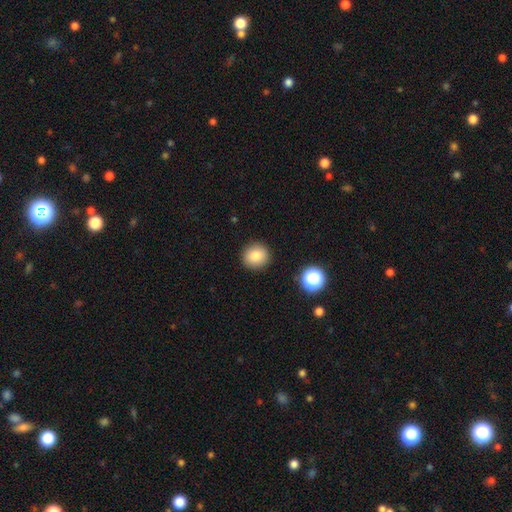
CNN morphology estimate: Smooth or featured? smooth (84%)
How rounded? round (88%)
Merging? none (91%)